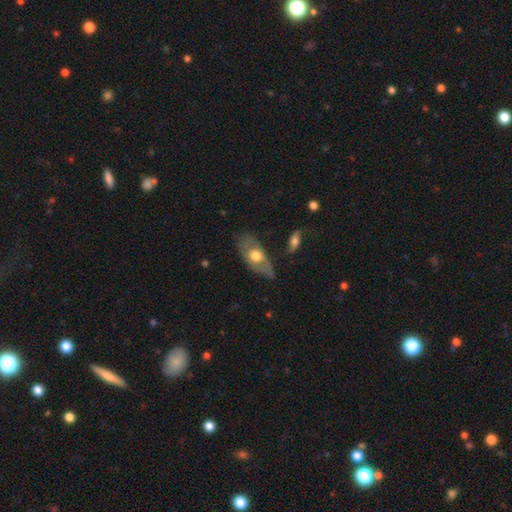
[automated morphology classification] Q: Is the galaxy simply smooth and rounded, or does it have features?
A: featured or disk — 50%.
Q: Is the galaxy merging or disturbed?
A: none — 55%.